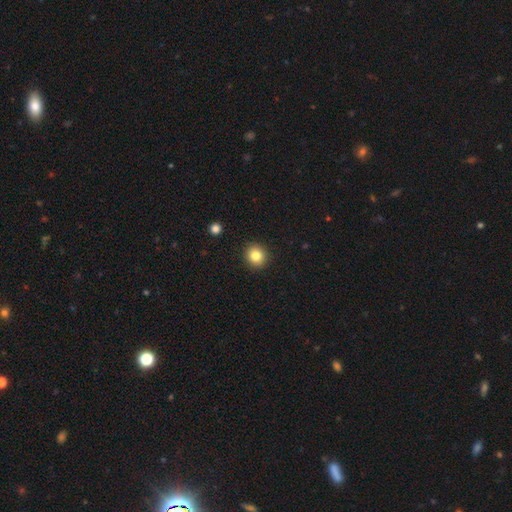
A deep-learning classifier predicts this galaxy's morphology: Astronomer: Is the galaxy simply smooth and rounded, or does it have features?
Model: smooth — 83%.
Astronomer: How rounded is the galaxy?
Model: round — 89%.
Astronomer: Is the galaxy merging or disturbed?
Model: none — 92%.